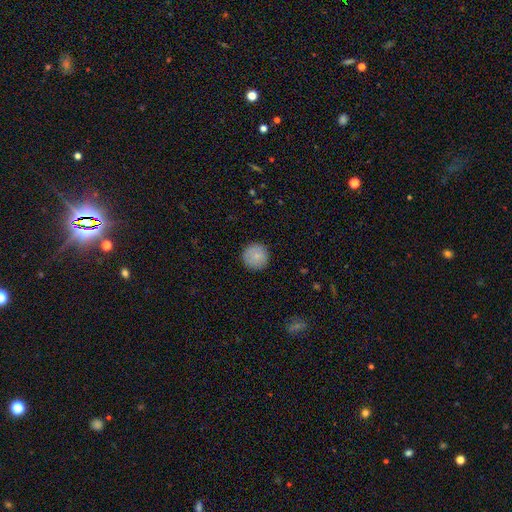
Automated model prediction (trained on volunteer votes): Morphology: type=smooth (85%); roundness=round (95%); merging=none (91%).